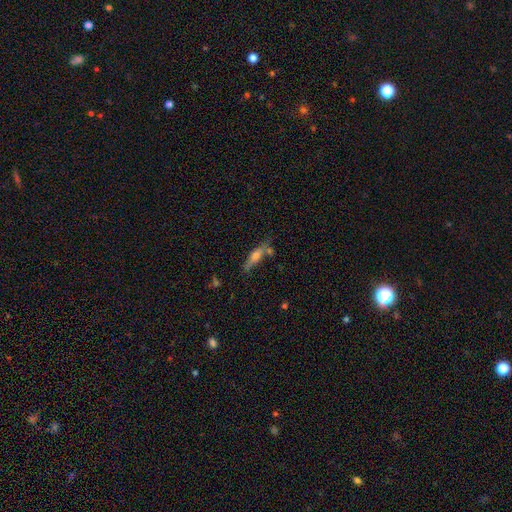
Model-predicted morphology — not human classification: type=featured or disk (48%); merging=none (66%).